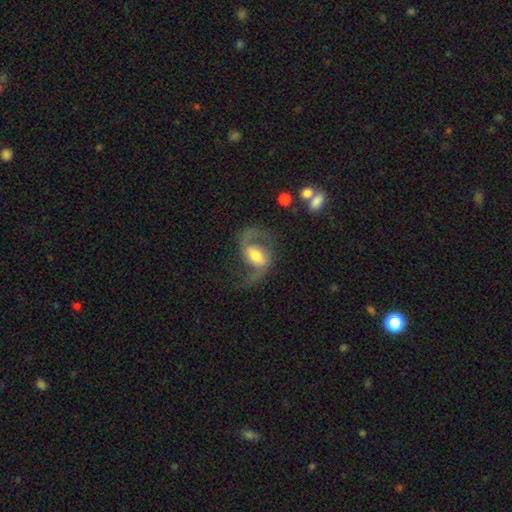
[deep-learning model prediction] Morphology: type=featured or disk (84%); edge-on=no (97%); bar=weak (46%); spiral arms=yes (94%); winding=loose (55%); arm count=2 (89%); bulge=moderate (61%); merging=none (61%).